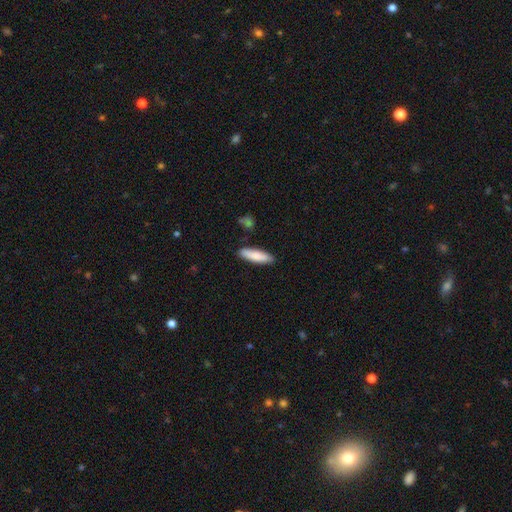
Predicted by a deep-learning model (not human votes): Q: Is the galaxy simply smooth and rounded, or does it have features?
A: smooth — 81%.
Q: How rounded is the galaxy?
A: cigar-shaped — 67%.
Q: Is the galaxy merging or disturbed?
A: none — 86%.